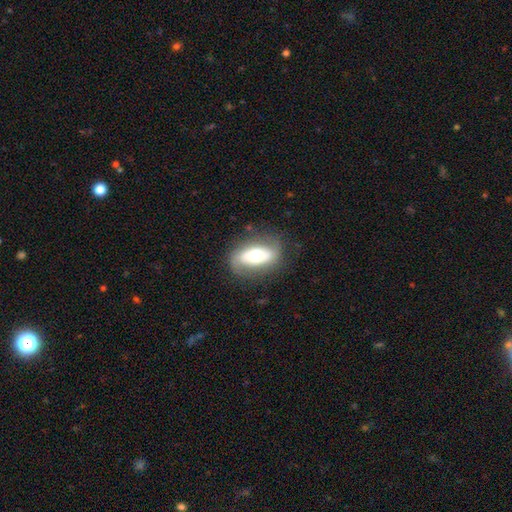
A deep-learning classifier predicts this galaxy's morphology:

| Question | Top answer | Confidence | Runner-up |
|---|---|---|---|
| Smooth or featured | featured or disk | 52% | smooth (42%) |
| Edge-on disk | no | 88% | yes (12%) |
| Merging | none | 75% | minor disturbance (16%) |